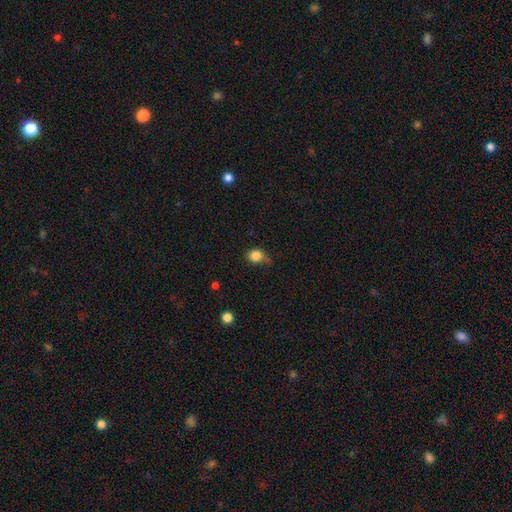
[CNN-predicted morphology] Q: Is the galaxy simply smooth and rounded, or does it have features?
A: smooth — 84%.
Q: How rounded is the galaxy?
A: round — 70%.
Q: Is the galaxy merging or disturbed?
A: none — 59%.